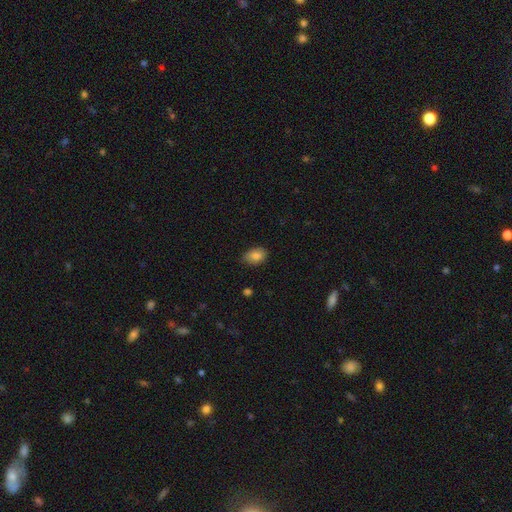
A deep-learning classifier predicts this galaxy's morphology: smooth 85%, star or artifact 8%, featured or disk 7%. Down the decision tree: how rounded — in between (82%); merging — none (78%).